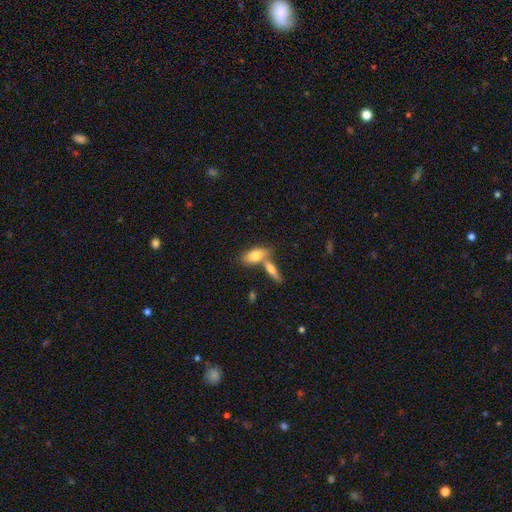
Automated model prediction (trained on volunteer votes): smooth-or-featured: smooth: 77% | featured or disk: 16% | star or artifact: 6%
  how-rounded: in between: 83% | cigar-shaped: 14% | round: 3%
  merging: merger: 45% | none: 42% | minor disturbance: 9% | major disturbance: 3%